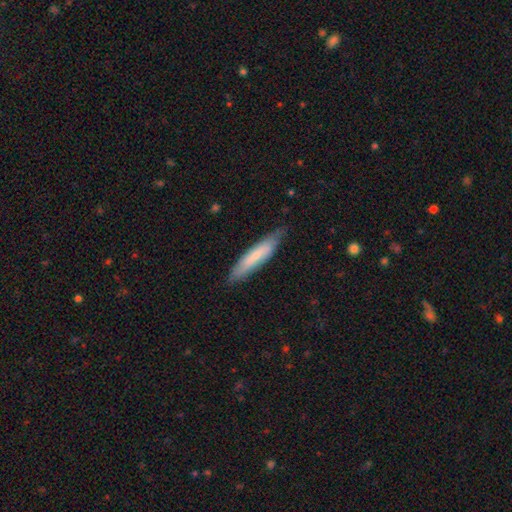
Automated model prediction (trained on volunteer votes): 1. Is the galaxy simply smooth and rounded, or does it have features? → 63% smooth, 31% featured or disk, 6% star or artifact.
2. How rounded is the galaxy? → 84% cigar-shaped, 14% in between, 1% round.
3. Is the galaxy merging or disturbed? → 79% none, 17% minor disturbance, 3% major disturbance, 1% merger.